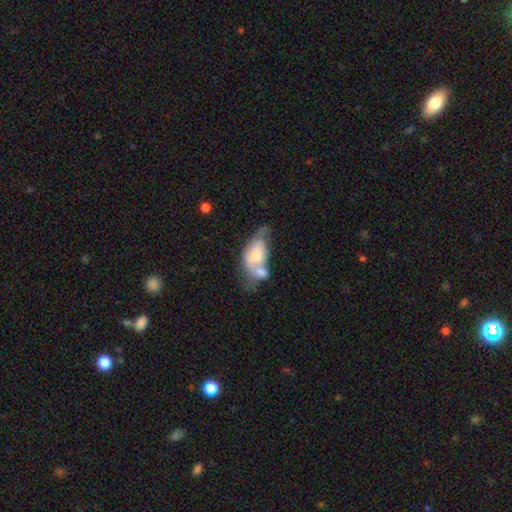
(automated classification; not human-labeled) This appears to be a smooth galaxy with no disk features (54%) that is in between round and cigar-shaped (91%). Merging: merger (54%).